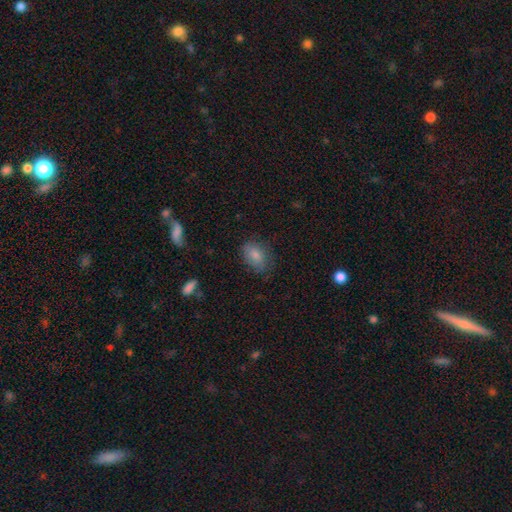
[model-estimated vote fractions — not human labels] The model was most divided on "merging": none: 73%, minor disturbance: 20%, major disturbance: 6%, merger: 1%. More confident: how rounded — in between (79%); smooth or featured — smooth (77%).